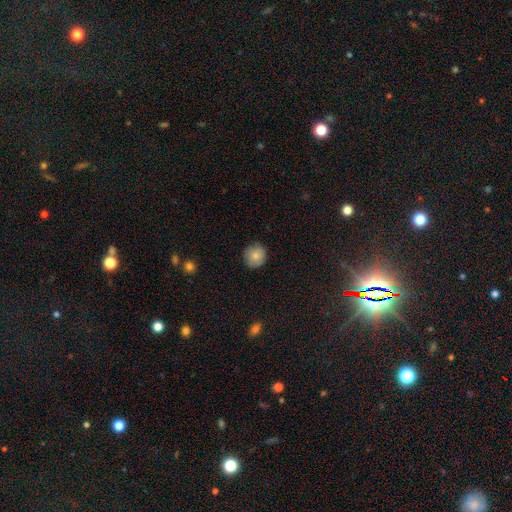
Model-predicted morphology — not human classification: type=smooth (84%); roundness=round (90%); merging=none (87%).